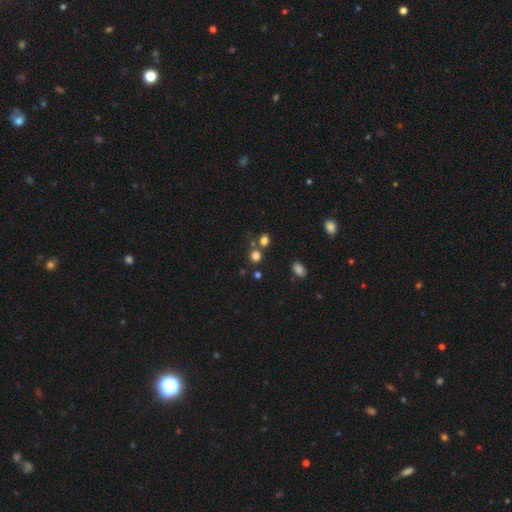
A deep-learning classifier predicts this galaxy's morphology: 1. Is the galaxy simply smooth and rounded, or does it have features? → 76% smooth, 18% star or artifact, 6% featured or disk.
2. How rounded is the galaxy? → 82% round, 17% in between, 1% cigar-shaped.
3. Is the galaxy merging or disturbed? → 64% none, 23% merger, 9% minor disturbance, 4% major disturbance.